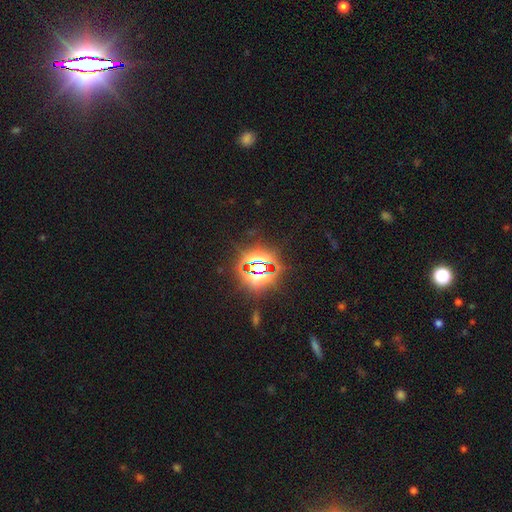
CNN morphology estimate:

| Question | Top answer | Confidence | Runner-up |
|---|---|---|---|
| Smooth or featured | star or artifact | 83% | smooth (11%) |